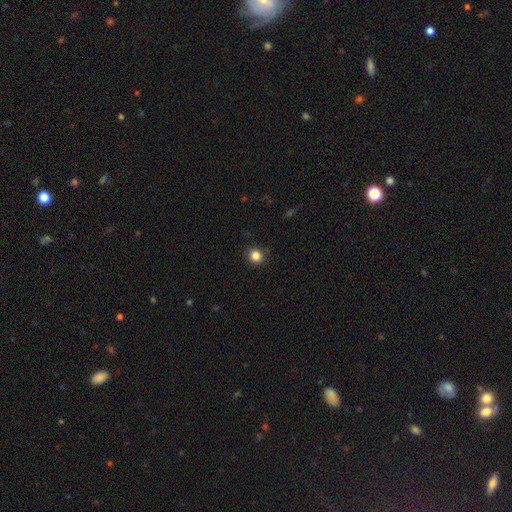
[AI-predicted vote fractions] smooth-or-featured: smooth: 85% | star or artifact: 11% | featured or disk: 3%
  how-rounded: round: 87% | in between: 13% | cigar-shaped: 1%
  merging: none: 91% | minor disturbance: 6% | major disturbance: 2% | merger: 1%